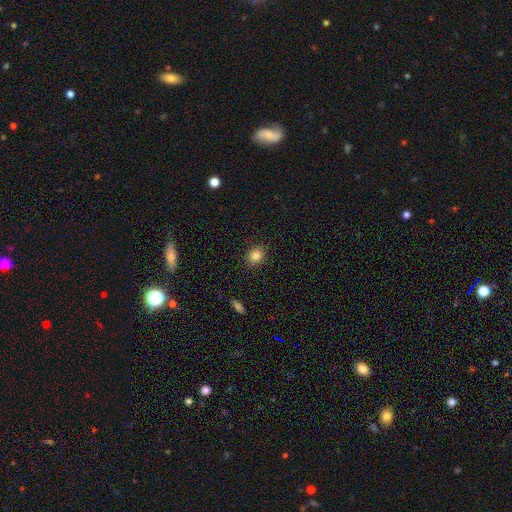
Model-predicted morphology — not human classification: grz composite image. It shows a smooth galaxy with no disk features (84%) that is round (60%). Merging: none (89%).